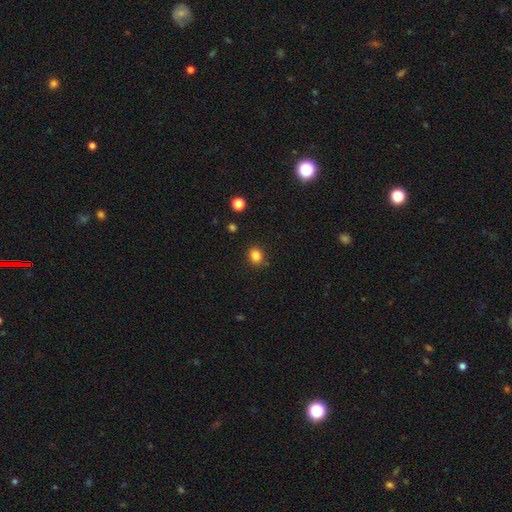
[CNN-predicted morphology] type=smooth (84%); roundness=round (71%); merging=none (87%).